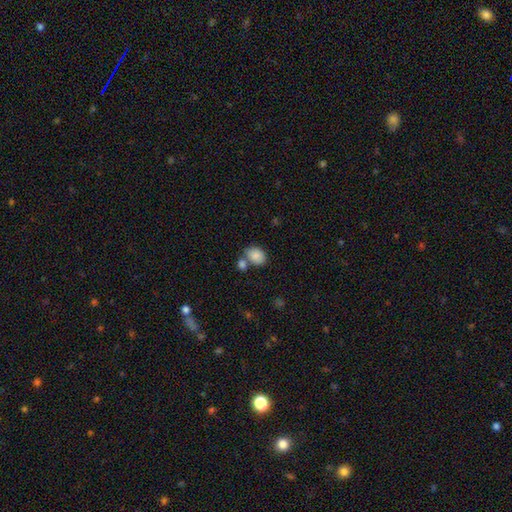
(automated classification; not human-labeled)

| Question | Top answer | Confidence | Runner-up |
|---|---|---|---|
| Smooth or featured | smooth | 86% | star or artifact (8%) |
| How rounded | in between | 70% | round (29%) |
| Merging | none | 51% | merger (30%) |